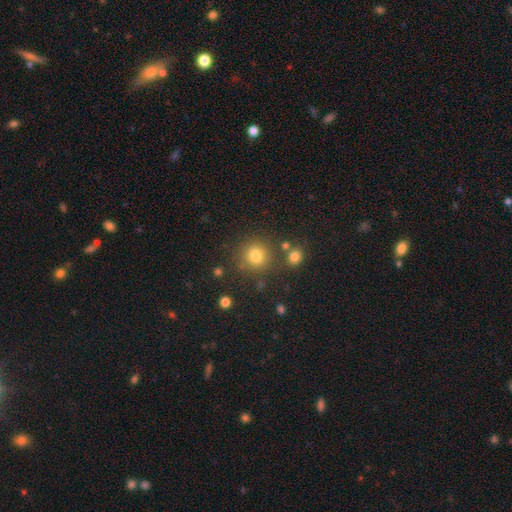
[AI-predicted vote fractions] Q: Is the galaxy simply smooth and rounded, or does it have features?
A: smooth — 79%.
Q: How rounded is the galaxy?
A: round — 92%.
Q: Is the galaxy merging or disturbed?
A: none — 82%.